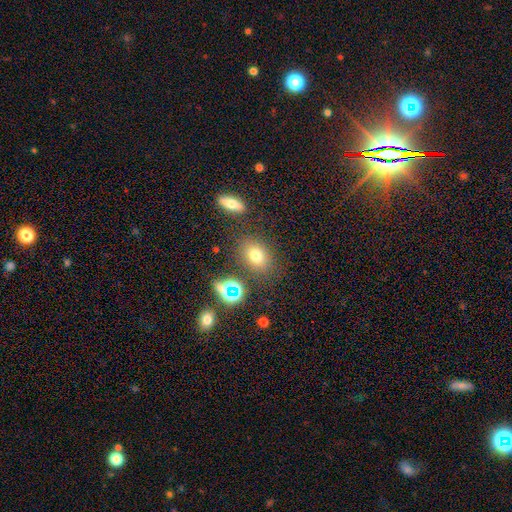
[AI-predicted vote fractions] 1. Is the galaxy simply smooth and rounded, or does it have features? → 69% smooth, 20% star or artifact, 11% featured or disk.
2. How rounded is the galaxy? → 61% in between, 37% round, 2% cigar-shaped.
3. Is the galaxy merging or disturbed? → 80% none, 11% minor disturbance, 5% merger, 4% major disturbance.